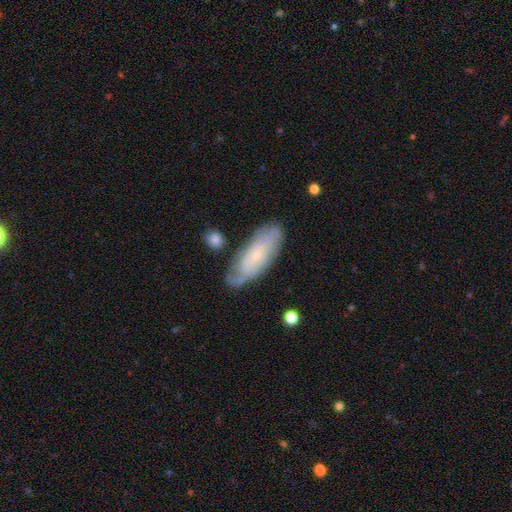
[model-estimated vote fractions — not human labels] This appears to be a featured or disk galaxy (62%) with no bar (74%), spiral arms (82%) and a small central bulge (82%). Merging: none (69%).